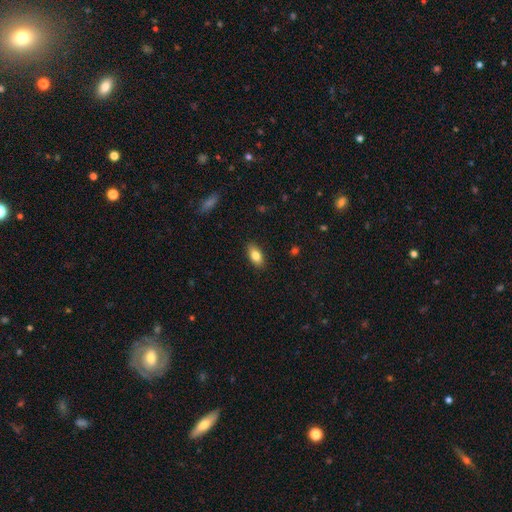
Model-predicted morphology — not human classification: A smooth galaxy with no disk features (82%) that is in between round and cigar-shaped (88%). Merging: none (87%).